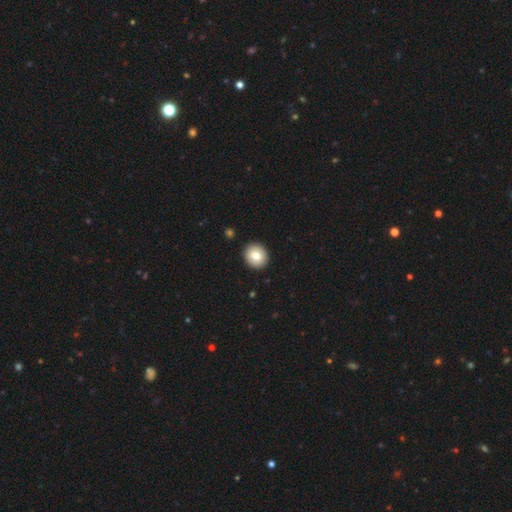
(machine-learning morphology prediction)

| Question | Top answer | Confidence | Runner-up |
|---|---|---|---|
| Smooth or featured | smooth | 79% | featured or disk (12%) |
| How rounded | round | 82% | in between (17%) |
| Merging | none | 92% | minor disturbance (5%) |